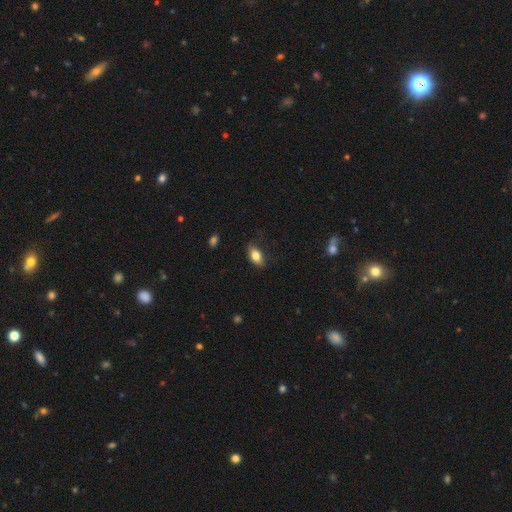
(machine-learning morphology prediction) smooth-or-featured: smooth: 79% | featured or disk: 13% | star or artifact: 8%
  how-rounded: in between: 86% | round: 8% | cigar-shaped: 6%
  merging: none: 78% | minor disturbance: 17% | major disturbance: 4% | merger: 1%